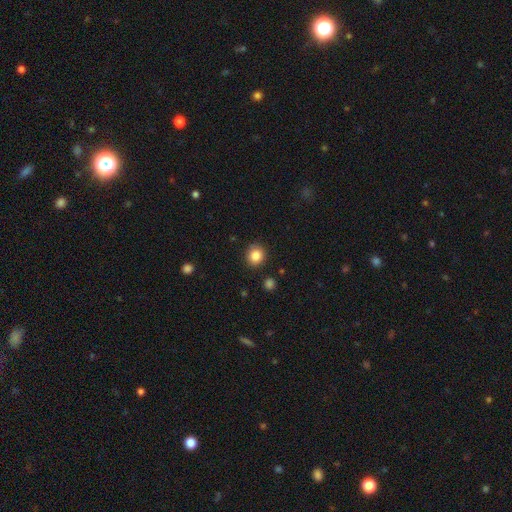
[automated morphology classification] This appears to be a smooth galaxy with no disk features (86%) that is round (81%). Merging: none (88%).